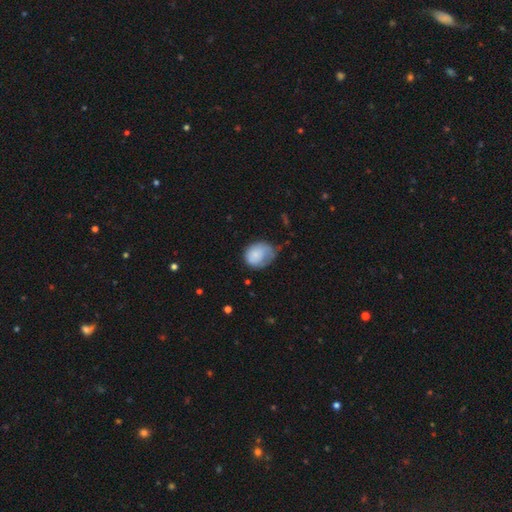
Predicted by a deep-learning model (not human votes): smooth 76%, featured or disk 17%, star or artifact 7%. Down the decision tree: how rounded — round (53%); merging — minor disturbance (39%).